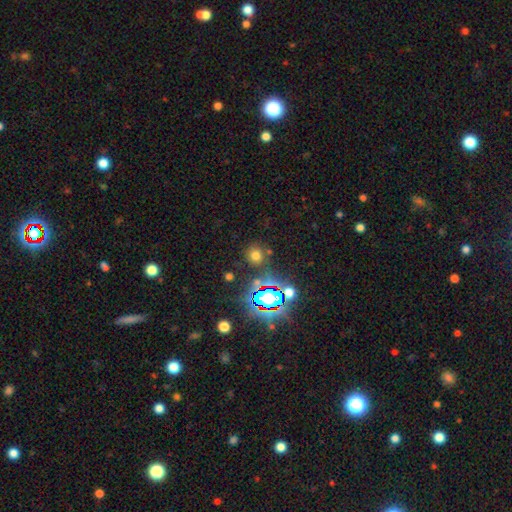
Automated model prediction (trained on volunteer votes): smooth 62%, star or artifact 30%, featured or disk 8%. Down the decision tree: how rounded — round (86%); merging — none (80%).